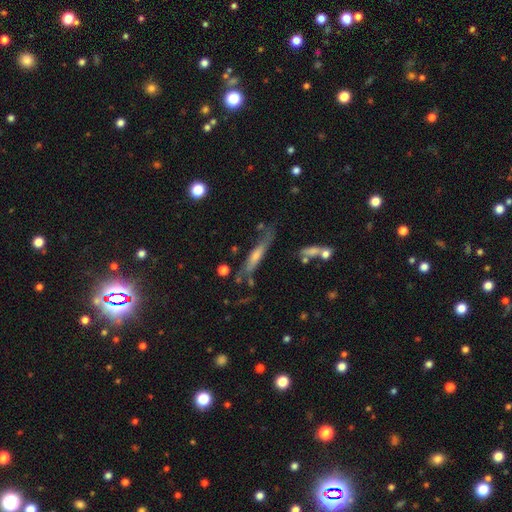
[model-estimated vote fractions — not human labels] smooth-or-featured: featured or disk: 57% | smooth: 34% | star or artifact: 9%
  disk-edge-on: yes: 77% | no: 23%
  merging: none: 60% | minor disturbance: 23% | major disturbance: 10% | merger: 7%